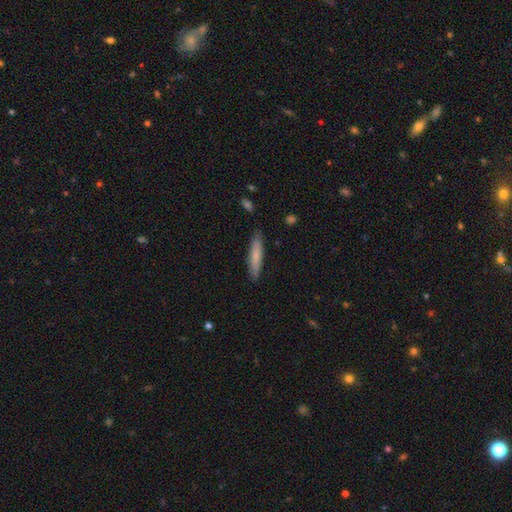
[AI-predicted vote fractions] Smooth or featured: smooth — 75% (featured or disk — 19%)
How rounded: cigar-shaped — 88% (in between — 10%)
Merging: none — 88% (minor disturbance — 9%)